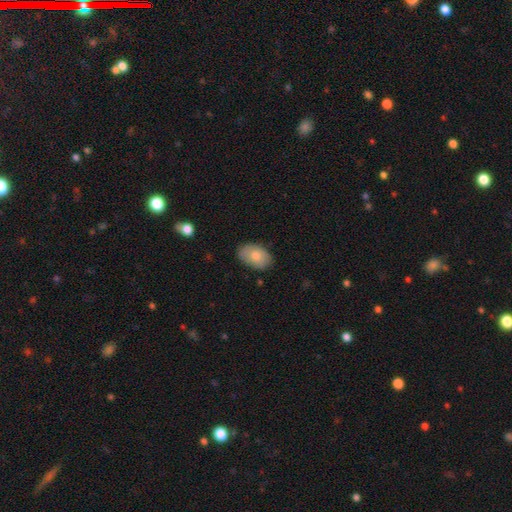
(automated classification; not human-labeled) smooth_or_featured: smooth (p=0.78) [alt: featured or disk p=0.16]
how_rounded: in between (p=0.88) [alt: round p=0.10]
merging: none (p=0.79) [alt: minor disturbance p=0.16]